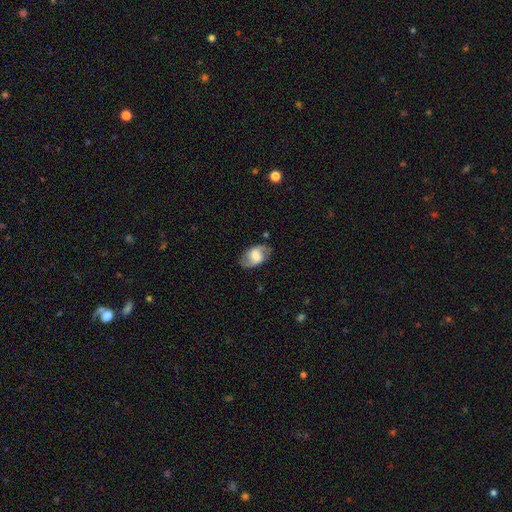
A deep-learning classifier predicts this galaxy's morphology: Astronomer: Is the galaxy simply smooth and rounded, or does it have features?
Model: featured or disk — 58% (runner-up: smooth, 35%).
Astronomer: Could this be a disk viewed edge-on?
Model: no — 95%.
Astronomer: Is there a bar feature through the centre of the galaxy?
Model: weak — 46% (runner-up: strong, 27%).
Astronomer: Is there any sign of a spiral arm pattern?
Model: yes — 82%.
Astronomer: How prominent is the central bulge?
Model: moderate — 32% (runner-up: large, 29%).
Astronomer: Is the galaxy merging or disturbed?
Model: none — 79%.